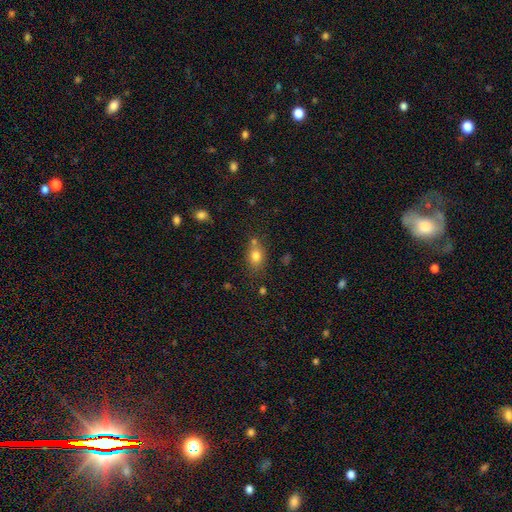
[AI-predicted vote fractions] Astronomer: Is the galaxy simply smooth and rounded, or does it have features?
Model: smooth — 78%.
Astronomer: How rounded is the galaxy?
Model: in between — 65%.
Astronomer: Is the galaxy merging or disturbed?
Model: none — 59%.